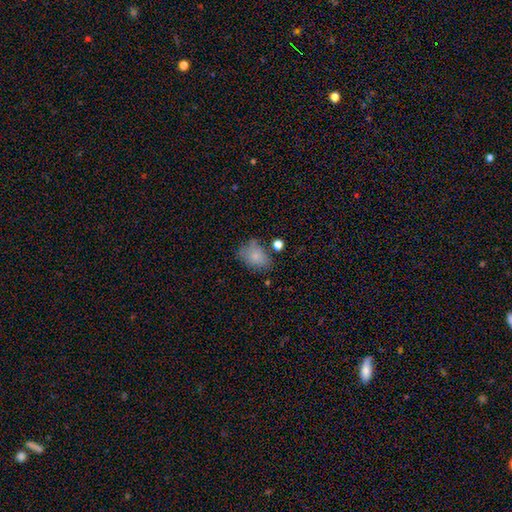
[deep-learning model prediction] This is likely a smooth galaxy (75%). How rounded: likely in between (75%). Merging: possibly none (53%).